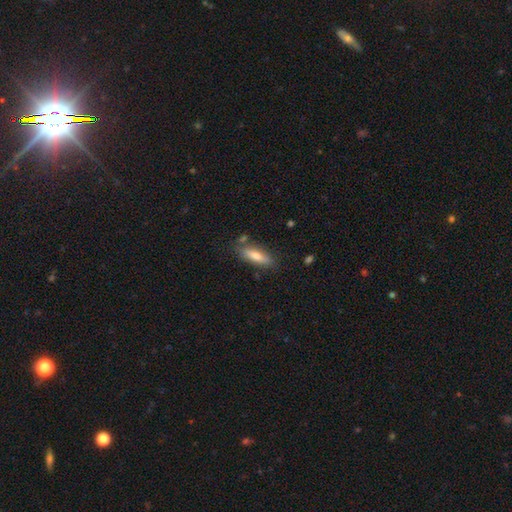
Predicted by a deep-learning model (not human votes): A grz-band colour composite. It shows a smooth galaxy with no disk features (72%) that is cigar-shaped (51%). Merging: none (78%).